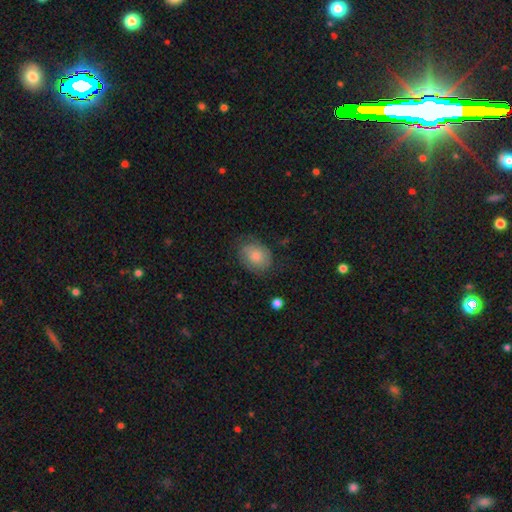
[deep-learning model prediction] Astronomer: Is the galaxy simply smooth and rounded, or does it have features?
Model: smooth — 59%.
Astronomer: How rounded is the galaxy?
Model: in between — 61% (runner-up: round, 38%).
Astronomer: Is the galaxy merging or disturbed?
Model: none — 72%.